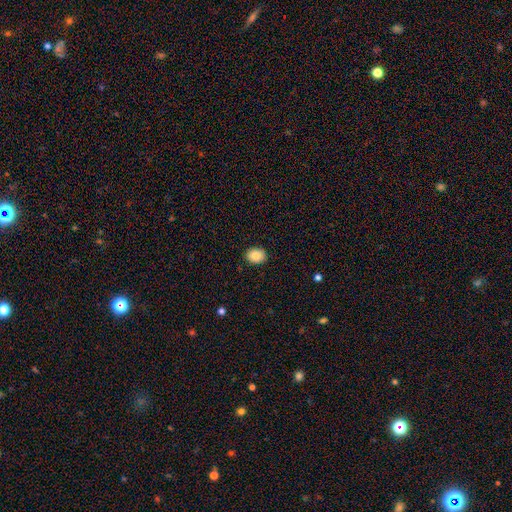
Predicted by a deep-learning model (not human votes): Smooth or featured? Predicted: smooth (p=0.87). How rounded? Predicted: in between (p=0.56). Merging? Predicted: none (p=0.90).